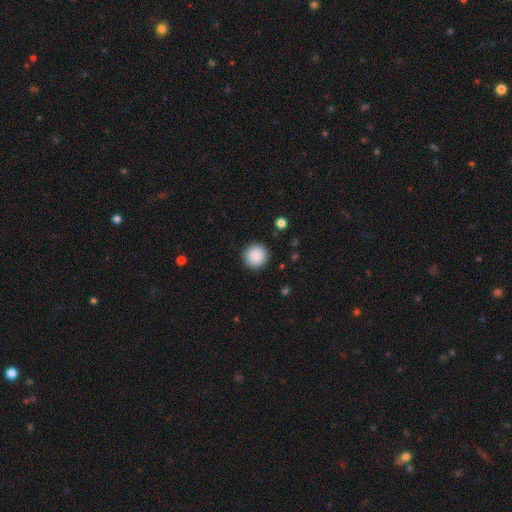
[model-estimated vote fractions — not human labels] Smooth or featured? smooth (89%)
How rounded? round (96%)
Merging? none (92%)